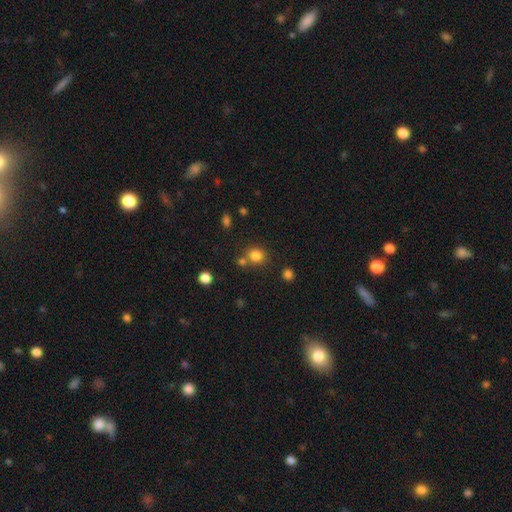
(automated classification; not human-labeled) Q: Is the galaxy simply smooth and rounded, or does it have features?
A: smooth — 81%.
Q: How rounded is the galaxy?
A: round — 84%.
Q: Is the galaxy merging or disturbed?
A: none — 67%.